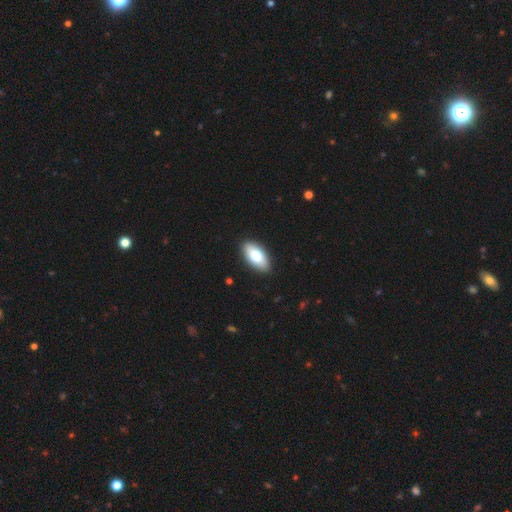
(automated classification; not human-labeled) This appears to be a smooth galaxy with no disk features (75%) that is in between round and cigar-shaped (92%). Merging: none (90%).